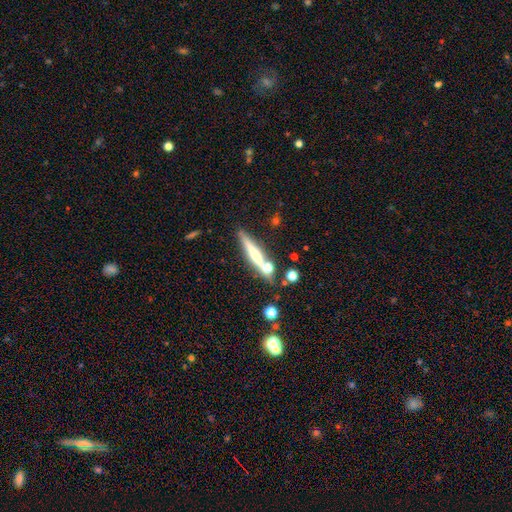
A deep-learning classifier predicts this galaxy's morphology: The model was most divided on "smooth or featured": featured or disk: 47%, smooth: 44%, star or artifact: 9%. More confident: merging — none (69%).